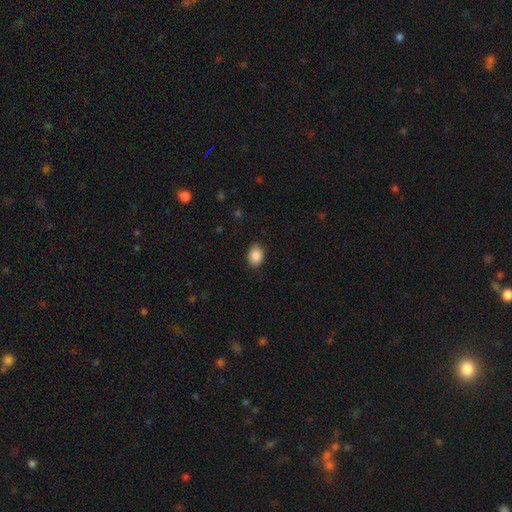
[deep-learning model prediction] Overall: smooth (88%). How rounded: in between (63%; round 36%). Merging: none (88%).